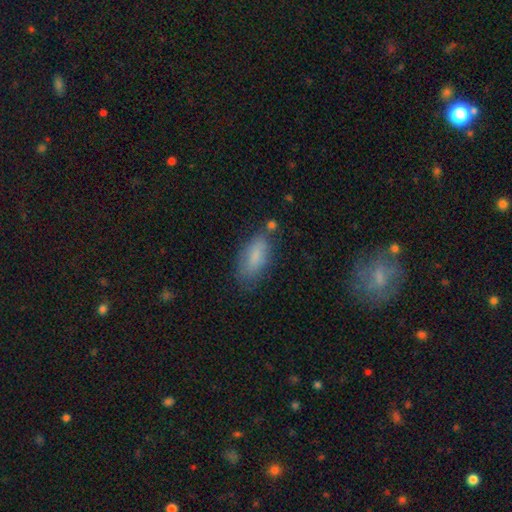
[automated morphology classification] Smooth or featured?
  - smooth: 80% *
  - featured or disk: 13%
  - star or artifact: 7%
How rounded?
  - in between: 80% *
  - cigar-shaped: 17%
  - round: 2%
Merging?
  - none: 67% *
  - minor disturbance: 21%
  - major disturbance: 6%
  - merger: 6%